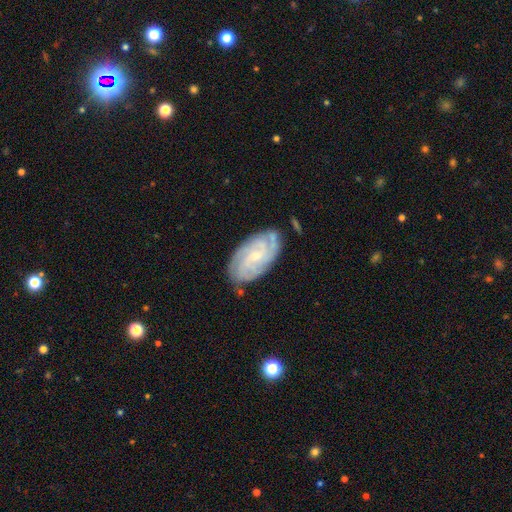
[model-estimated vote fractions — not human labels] smooth-or-featured: featured or disk: 81% | smooth: 13% | star or artifact: 6%
  disk-edge-on: no: 96% | yes: 4%
    bar: no: 60% | weak: 34% | strong: 6%
    has-spiral-arms: yes: 96% | no: 4%
      spiral-winding: tight: 67% | medium: 27% | loose: 6%
      spiral-arm-count: 4: 31% | can't tell: 26% | 3: 20% | 2: 11% | more than 4: 7% | 1: 5%
    bulge-size: small: 70% | moderate: 24% | none: 5% | large: 1% | dominant: 1%
  merging: none: 76% | minor disturbance: 17% | major disturbance: 4% | merger: 3%